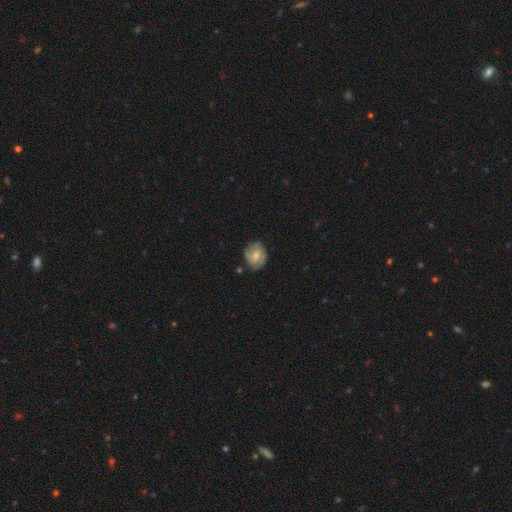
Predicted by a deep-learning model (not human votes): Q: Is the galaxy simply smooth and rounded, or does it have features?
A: featured or disk — 54%.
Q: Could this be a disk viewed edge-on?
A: no — 97%.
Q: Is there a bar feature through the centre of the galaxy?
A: no — 51%.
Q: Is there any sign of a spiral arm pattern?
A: yes — 86%.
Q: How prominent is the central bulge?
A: small — 46%.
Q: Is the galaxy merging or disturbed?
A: none — 71%.